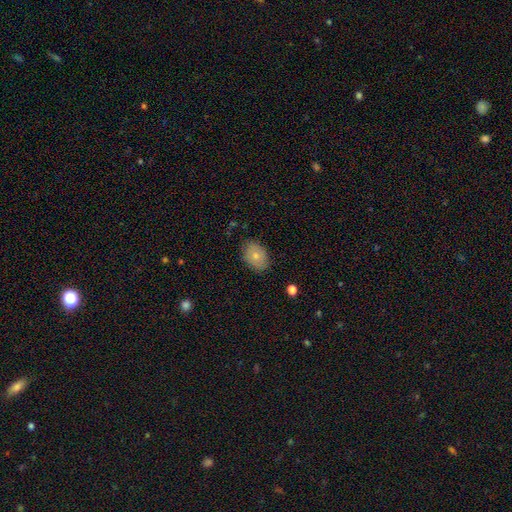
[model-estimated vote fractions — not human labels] This is likely a smooth galaxy (71%). How rounded: likely in between (77%). Merging: clearly none (80%).